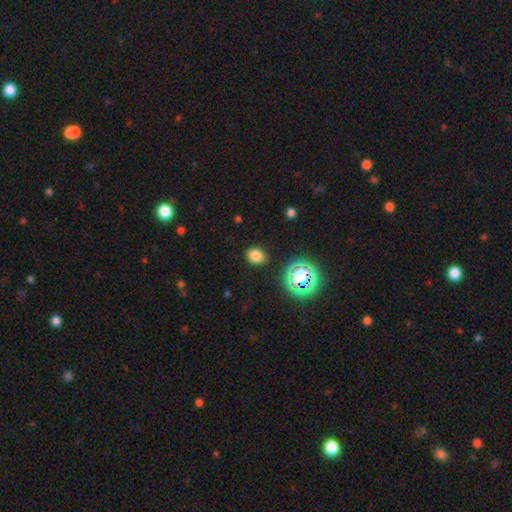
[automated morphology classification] smooth-or-featured: smooth: 75% | star or artifact: 18% | featured or disk: 7%
  how-rounded: round: 56% | in between: 43% | cigar-shaped: 1%
  merging: none: 85% | minor disturbance: 10% | major disturbance: 3% | merger: 2%